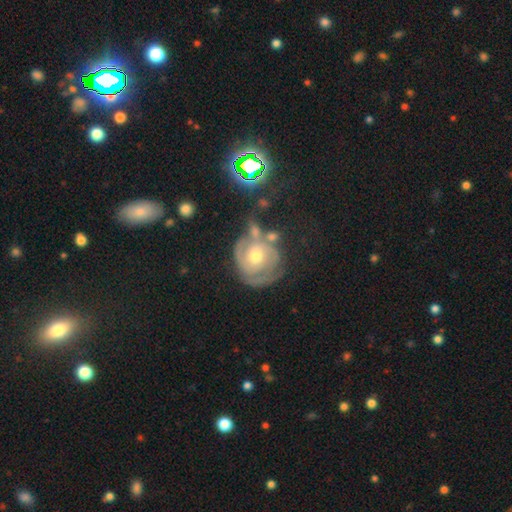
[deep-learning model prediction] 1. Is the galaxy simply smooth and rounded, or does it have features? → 68% featured or disk, 23% smooth, 9% star or artifact.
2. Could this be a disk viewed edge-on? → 97% no, 3% yes.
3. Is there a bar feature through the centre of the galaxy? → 73% no, 22% weak, 5% strong.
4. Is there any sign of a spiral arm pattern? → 77% yes, 23% no.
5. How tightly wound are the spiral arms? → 63% tight, 27% medium, 10% loose.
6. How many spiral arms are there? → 40% 2, 35% can't tell, 12% 1, 8% 3, 3% 4, 3% more than 4.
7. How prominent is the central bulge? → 70% moderate, 22% small, 6% large, 1% none, 1% dominant.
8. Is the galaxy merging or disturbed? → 44% none, 23% minor disturbance, 18% major disturbance, 15% merger.